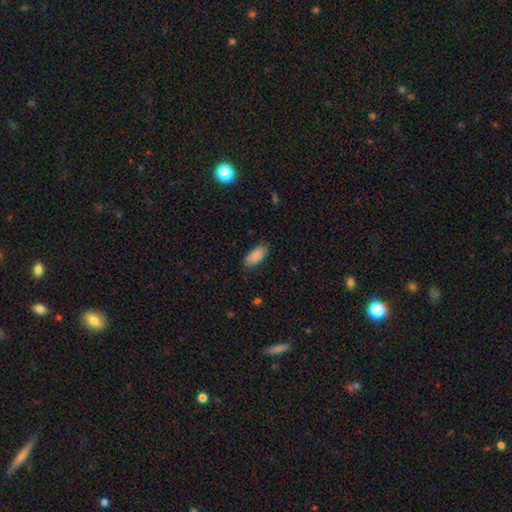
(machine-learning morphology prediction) smooth-or-featured: smooth: 89% | star or artifact: 6% | featured or disk: 5%
  how-rounded: in between: 87% | cigar-shaped: 11% | round: 2%
  merging: none: 83% | minor disturbance: 13% | major disturbance: 3% | merger: 1%